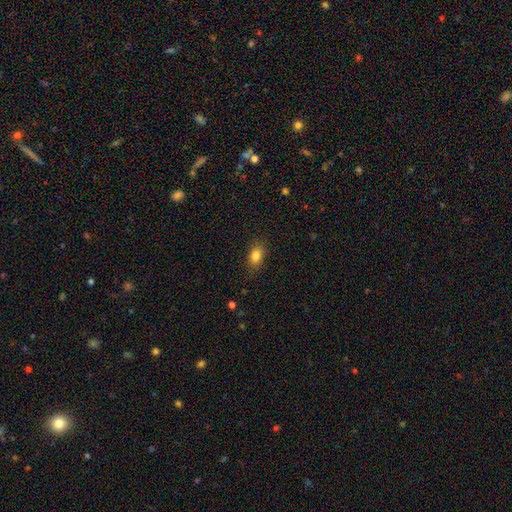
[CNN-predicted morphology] Smooth or featured: smooth — 83% (star or artifact — 10%)
How rounded: in between — 82% (round — 16%)
Merging: none — 85% (minor disturbance — 11%)